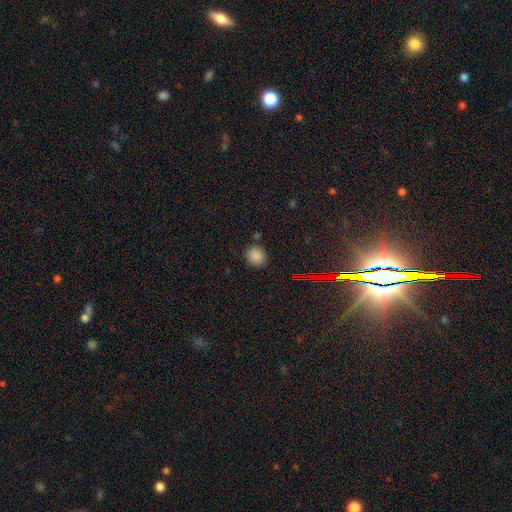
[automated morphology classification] A smooth galaxy with no disk features (82%) that is round (77%). Merging: none (84%).